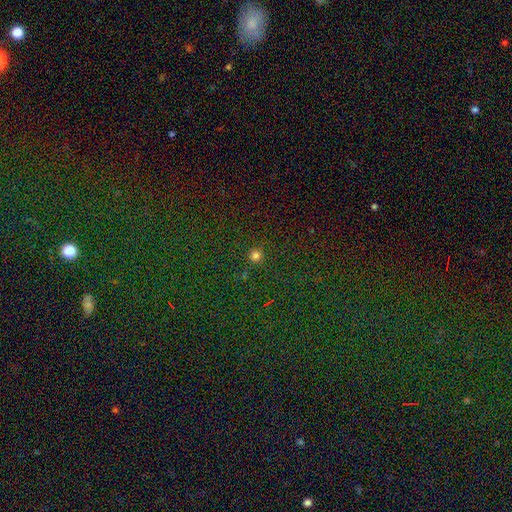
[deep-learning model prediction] smooth_or_featured: smooth (p=0.77) [alt: star or artifact p=0.18]
how_rounded: round (p=0.94) [alt: in between p=0.05]
merging: none (p=0.87) [alt: minor disturbance p=0.08]